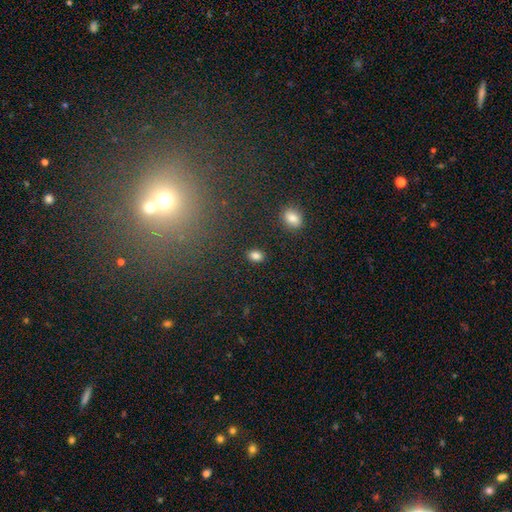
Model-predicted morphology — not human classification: A smooth galaxy with no disk features (84%) that is in between round and cigar-shaped (67%). Merging: none (87%).